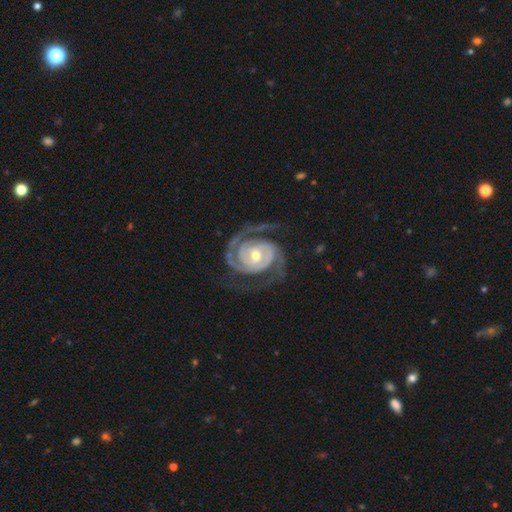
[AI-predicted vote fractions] A featured or disk galaxy (93%) with no bar (47%), 2 (78%) tight (60%) spiral arms (98%) and a moderate central bulge (67%).

Vote fractions:
- Smooth or featured? featured or disk: 93% / star or artifact: 3% / smooth: 3%
- Edge-on disk? no: 98% / yes: 2%
- Bar? no: 47% / weak: 35% / strong: 18%
- Spiral arms? yes: 98% / no: 2%
- Spiral winding? tight: 60% / medium: 33% / loose: 7%
- Spiral arm count? 2: 78% / 3: 10% / can't tell: 4% / 1: 3% / 4: 3% / more than 4: 2%
- Bulge size? moderate: 67% / small: 26% / large: 4% / none: 1% / dominant: 1%
- Merging? none: 72% / minor disturbance: 15% / major disturbance: 11% / merger: 2%